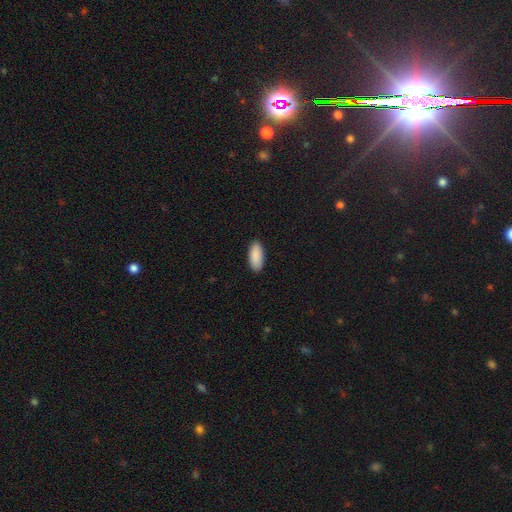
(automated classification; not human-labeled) Q: Smooth or featured?
A: smooth (91%); runner-up: star or artifact (6%)
Q: How rounded?
A: in between (87%); runner-up: cigar-shaped (11%)
Q: Merging?
A: none (90%); runner-up: minor disturbance (8%)